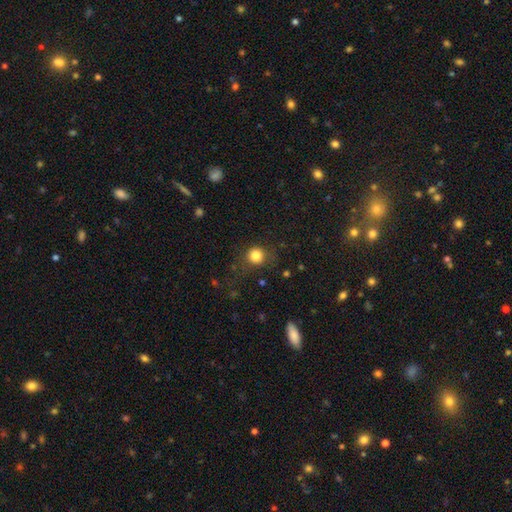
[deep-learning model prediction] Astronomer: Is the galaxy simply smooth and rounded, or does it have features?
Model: smooth — 82%.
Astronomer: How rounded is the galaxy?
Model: round — 91%.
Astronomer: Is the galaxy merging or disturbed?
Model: none — 77%.